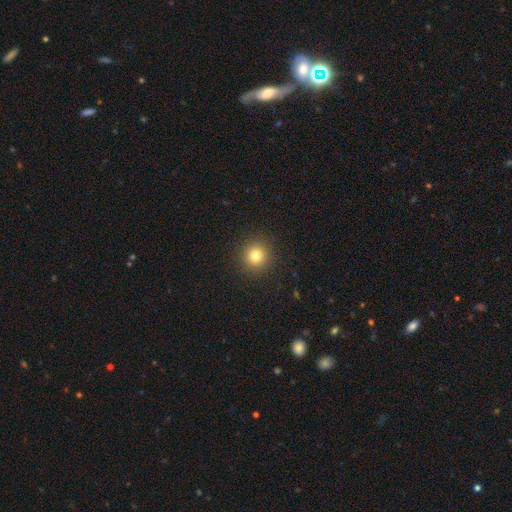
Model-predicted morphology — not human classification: smooth 80%, star or artifact 14%, featured or disk 6%. Down the decision tree: how rounded — round (94%); merging — none (92%).